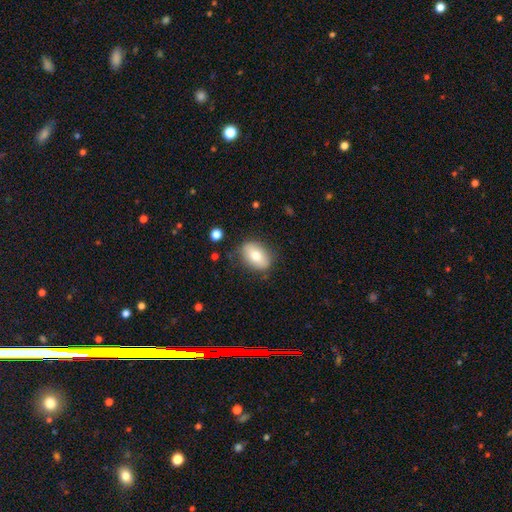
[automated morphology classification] This appears to be a smooth galaxy with no disk features (75%) that is in between round and cigar-shaped (86%). Merging: none (78%).